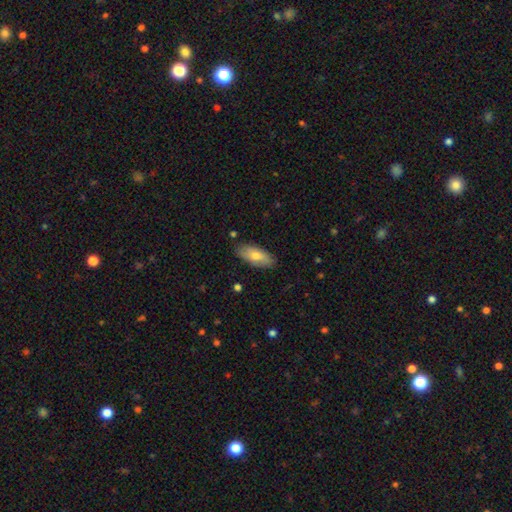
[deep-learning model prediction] Overall: smooth (70%). How rounded: in between (81%). Merging: none (83%).